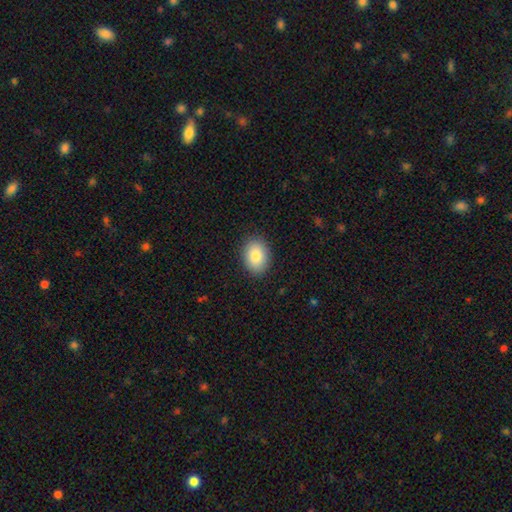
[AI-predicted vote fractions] Q: Smooth or featured?
A: smooth (85%); runner-up: featured or disk (8%)
Q: How rounded?
A: in between (73%); runner-up: round (26%)
Q: Merging?
A: none (89%); runner-up: minor disturbance (8%)